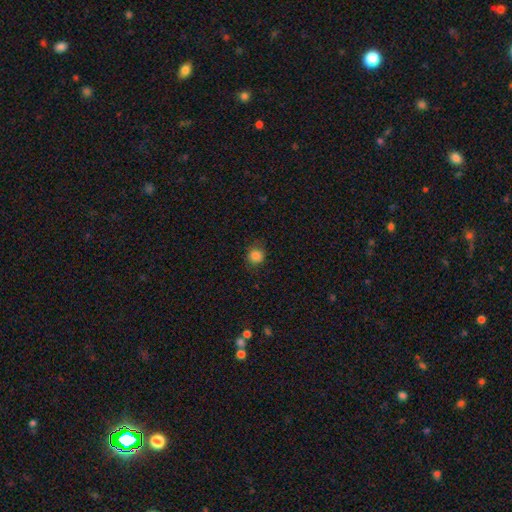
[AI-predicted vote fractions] smooth 85%, star or artifact 11%, featured or disk 4%. Down the decision tree: how rounded — round (88%); merging — none (80%).